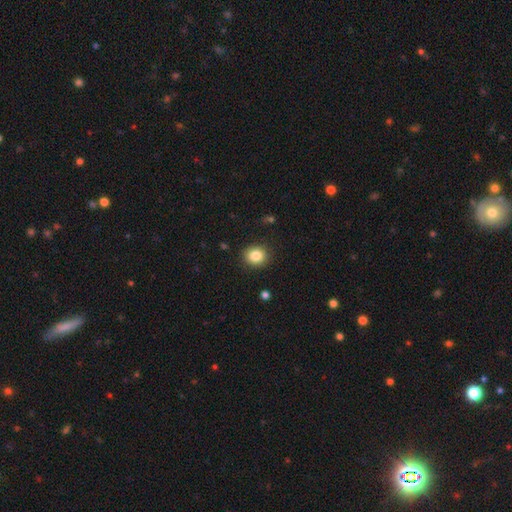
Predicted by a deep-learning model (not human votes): A smooth galaxy with no disk features (85%) that is round (73%). Merging: none (88%).